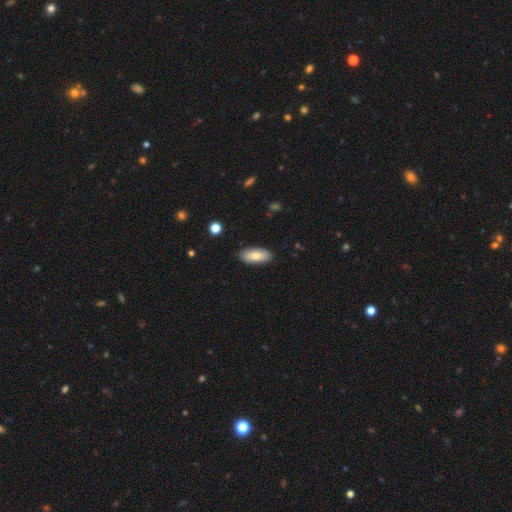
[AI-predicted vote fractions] smooth 76%, featured or disk 18%, star or artifact 6%. Down the decision tree: how rounded — in between (84%); merging — none (87%).